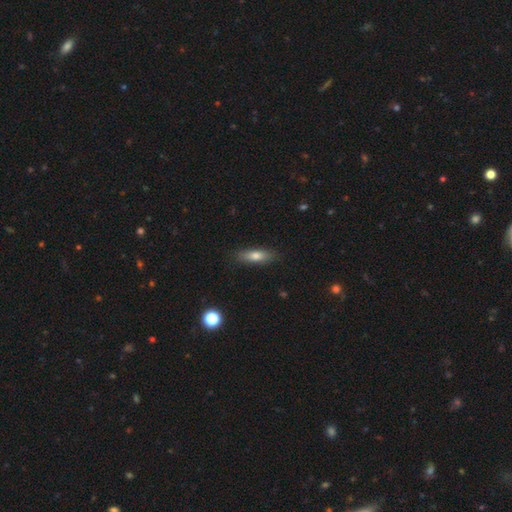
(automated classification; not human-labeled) This is likely a smooth galaxy (70%). How rounded: possibly cigar-shaped (51%). Merging: clearly none (86%).